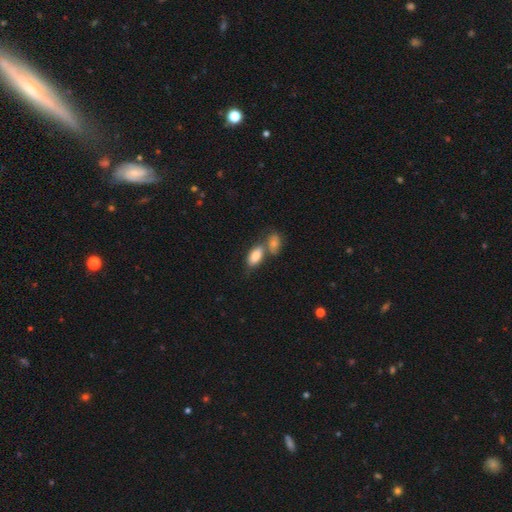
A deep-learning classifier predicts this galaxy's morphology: Smooth or featured: smooth — 84% (featured or disk — 9%)
How rounded: in between — 91% (cigar-shaped — 5%)
Merging: merger — 44% (none — 40%)